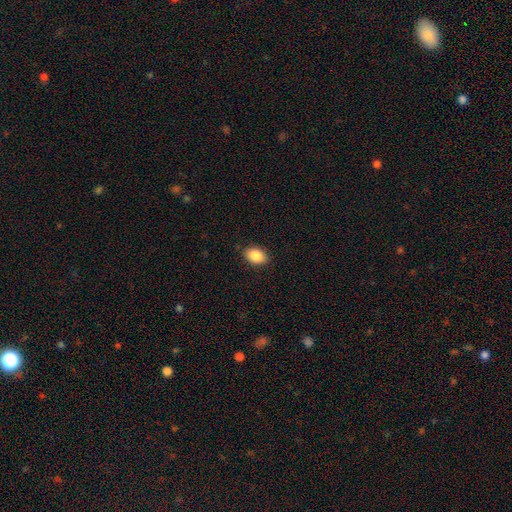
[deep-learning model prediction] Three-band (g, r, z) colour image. It shows a smooth galaxy with no disk features (88%) that is in between round and cigar-shaped (83%). Merging: none (88%).